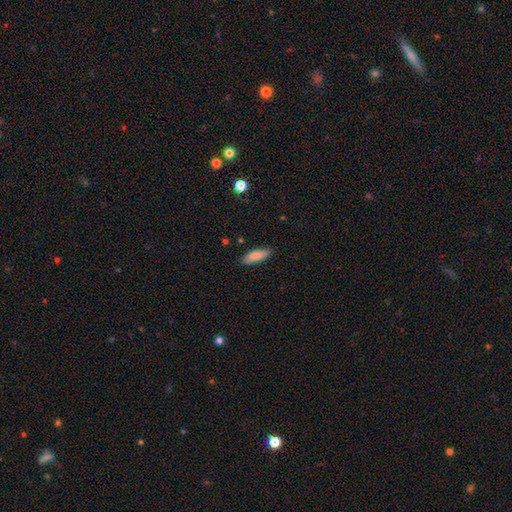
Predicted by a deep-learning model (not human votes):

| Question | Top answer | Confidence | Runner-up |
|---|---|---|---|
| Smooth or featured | smooth | 85% | featured or disk (8%) |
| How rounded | in between | 52% | cigar-shaped (46%) |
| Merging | none | 86% | minor disturbance (11%) |